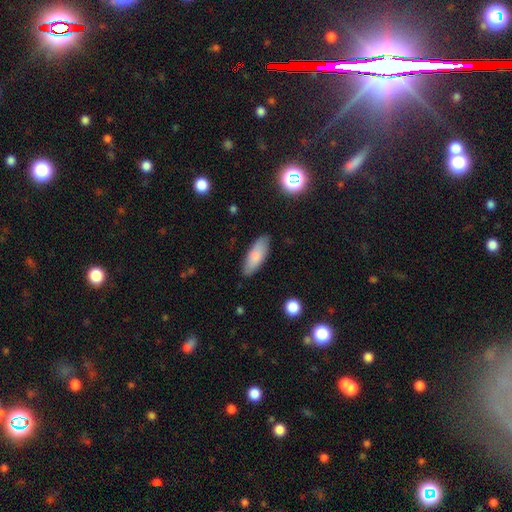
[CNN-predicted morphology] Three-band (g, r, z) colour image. It shows a smooth galaxy with no disk features (78%) that is in between round and cigar-shaped (72%). Merging: none (85%).